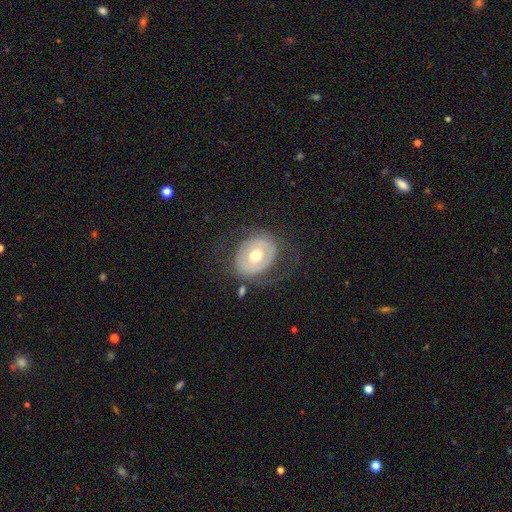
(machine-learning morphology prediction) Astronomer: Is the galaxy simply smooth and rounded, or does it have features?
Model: featured or disk — 55% (runner-up: smooth, 38%).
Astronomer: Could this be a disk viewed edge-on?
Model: no — 94%.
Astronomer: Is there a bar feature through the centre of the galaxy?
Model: no — 60%.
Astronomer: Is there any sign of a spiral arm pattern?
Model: no — 69%.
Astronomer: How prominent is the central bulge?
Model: moderate — 74%.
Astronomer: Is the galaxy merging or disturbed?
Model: none — 64%.